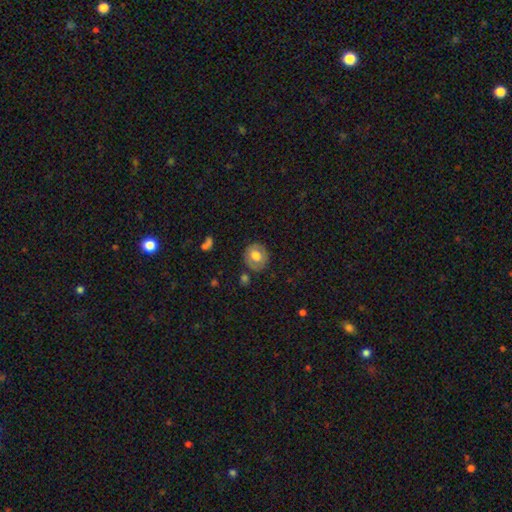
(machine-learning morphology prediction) Smooth or featured: smooth — 65% (featured or disk — 28%)
How rounded: round — 79% (in between — 20%)
Merging: none — 81% (minor disturbance — 13%)